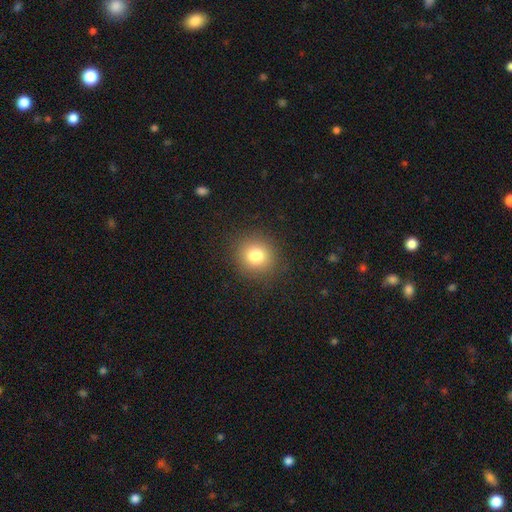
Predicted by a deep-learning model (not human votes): A smooth galaxy with no disk features (80%) that is round (90%).

Vote fractions:
- Smooth or featured? smooth: 80% / star or artifact: 12% / featured or disk: 8%
- How rounded? round: 90% / in between: 9% / cigar-shaped: 1%
- Merging? none: 89% / minor disturbance: 7% / major disturbance: 3% / merger: 1%